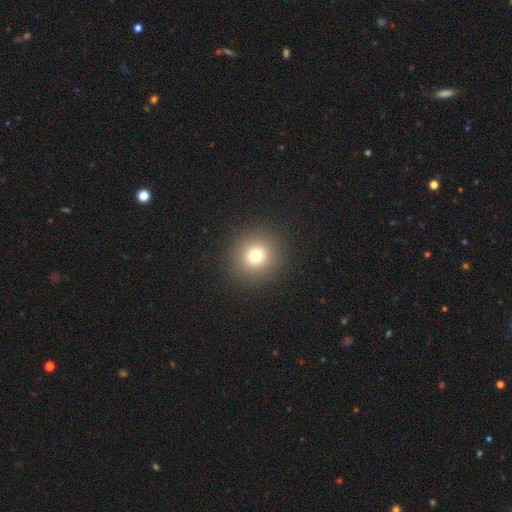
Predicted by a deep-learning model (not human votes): Smooth or featured: smooth — 75% (star or artifact — 15%)
How rounded: round — 93% (in between — 6%)
Merging: none — 91% (minor disturbance — 5%)